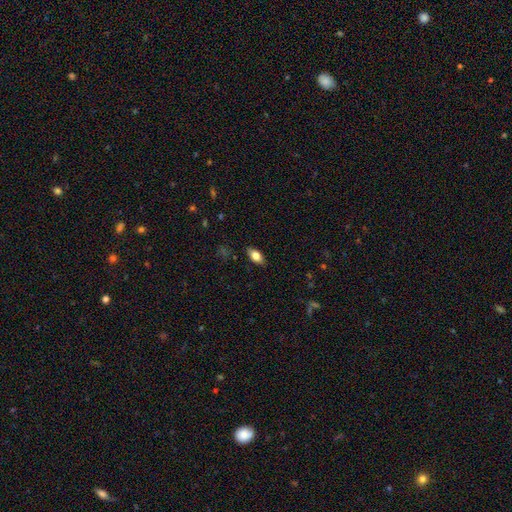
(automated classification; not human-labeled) This appears to be a smooth galaxy with no disk features (77%) that is in between round and cigar-shaped (87%). Merging: none (86%).